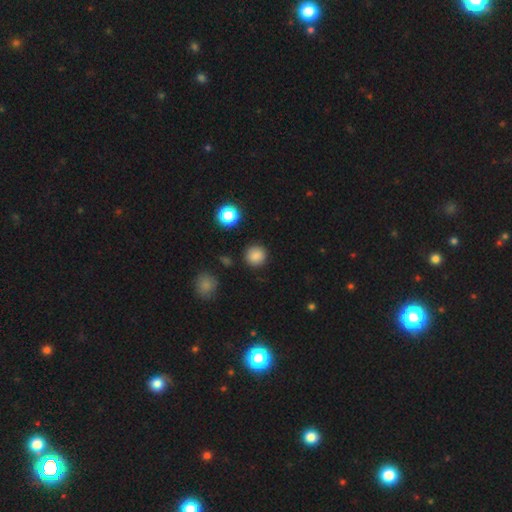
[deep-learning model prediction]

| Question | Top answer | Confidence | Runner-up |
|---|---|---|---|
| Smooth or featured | smooth | 85% | star or artifact (11%) |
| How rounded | round | 92% | in between (7%) |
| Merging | none | 89% | minor disturbance (7%) |